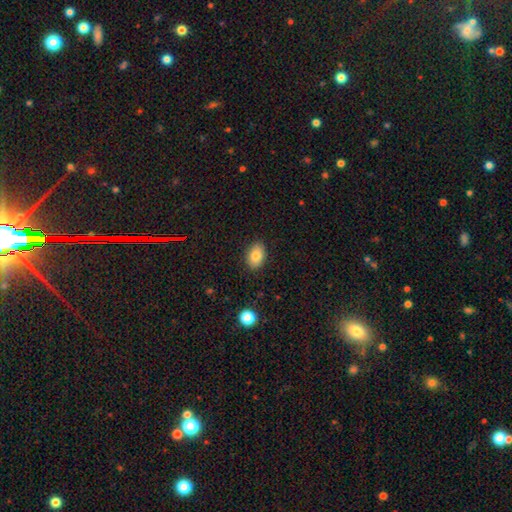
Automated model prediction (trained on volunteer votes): Smooth or featured?
  - smooth: 82% *
  - featured or disk: 9%
  - star or artifact: 9%
How rounded?
  - in between: 84% *
  - round: 15%
  - cigar-shaped: 1%
Merging?
  - none: 87% *
  - minor disturbance: 9%
  - major disturbance: 2%
  - merger: 1%